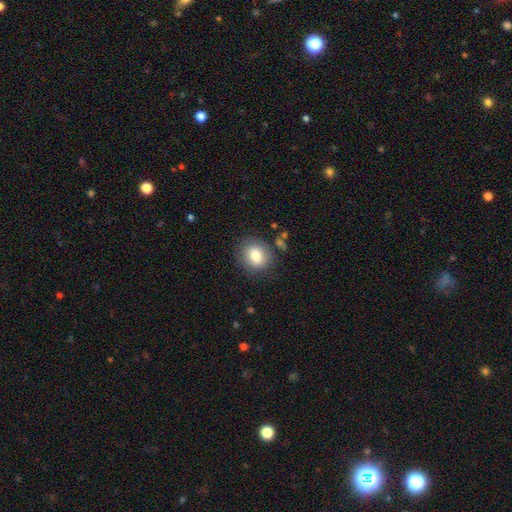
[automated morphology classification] This appears to be a smooth galaxy with no disk features (80%) that is round (64%). Merging: none (82%).